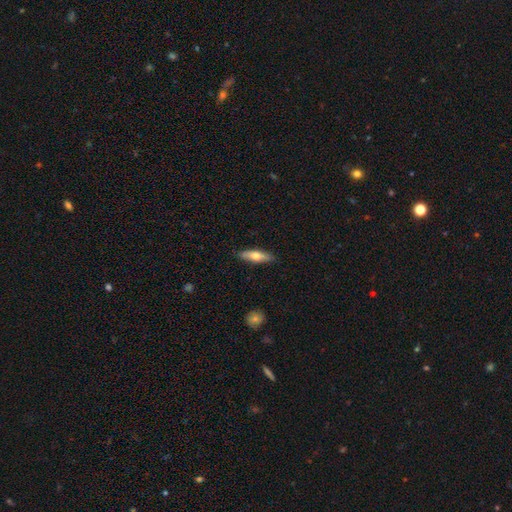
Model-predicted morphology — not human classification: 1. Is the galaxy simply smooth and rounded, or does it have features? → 58% smooth, 37% featured or disk, 6% star or artifact.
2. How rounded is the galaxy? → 61% cigar-shaped, 36% in between, 2% round.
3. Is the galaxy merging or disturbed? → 89% none, 9% minor disturbance, 2% major disturbance, 1% merger.